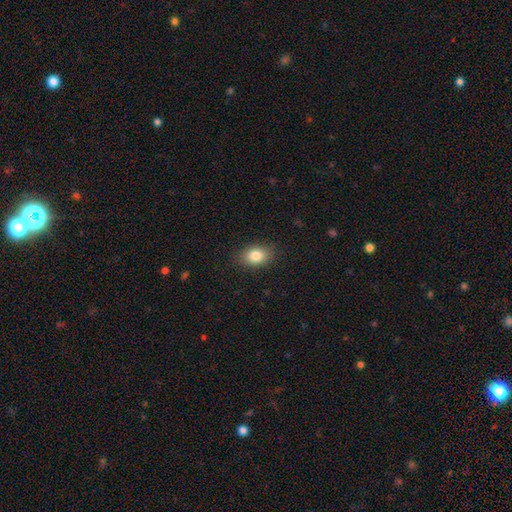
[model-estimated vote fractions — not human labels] This appears to be a smooth galaxy with no disk features (84%) that is in between round and cigar-shaped (78%). Merging: none (87%).